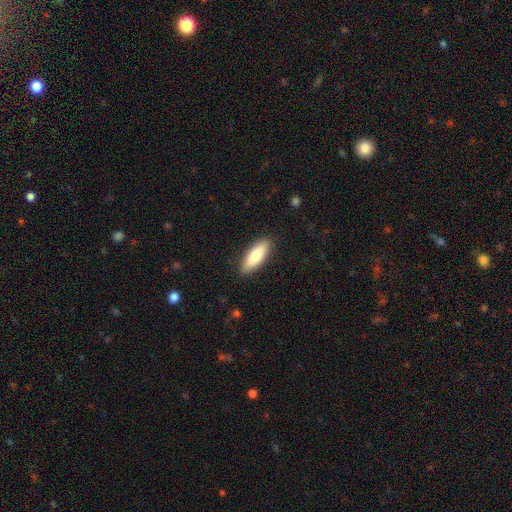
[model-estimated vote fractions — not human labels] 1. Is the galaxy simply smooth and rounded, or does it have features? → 79% smooth, 15% featured or disk, 5% star or artifact.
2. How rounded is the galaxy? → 60% in between, 38% cigar-shaped, 2% round.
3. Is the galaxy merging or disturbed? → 88% none, 9% minor disturbance, 2% major disturbance, 1% merger.